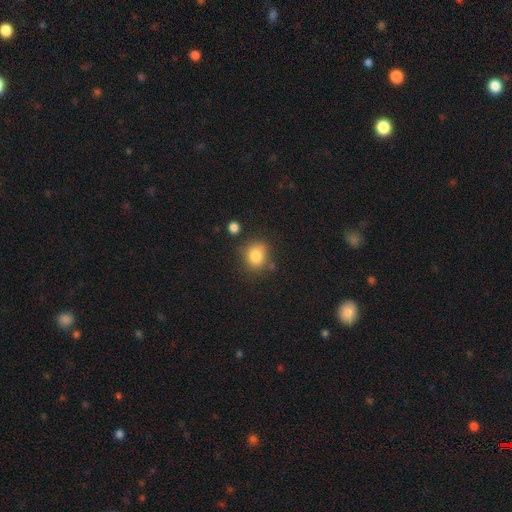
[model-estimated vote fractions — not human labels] A smooth galaxy with no disk features (82%) that is round (71%).

Vote fractions:
- Smooth or featured? smooth: 82% / star or artifact: 10% / featured or disk: 8%
- How rounded? round: 71% / in between: 28% / cigar-shaped: 1%
- Merging? none: 69% / minor disturbance: 18% / merger: 8% / major disturbance: 5%